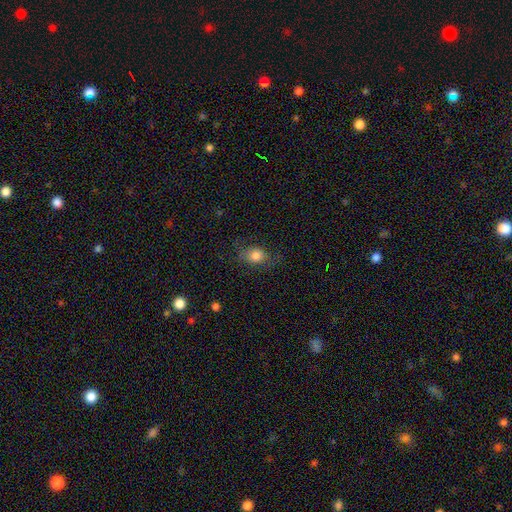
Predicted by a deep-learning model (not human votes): Overall: smooth (80%). How rounded: in between (59%; round 39%). Merging: none (70%).